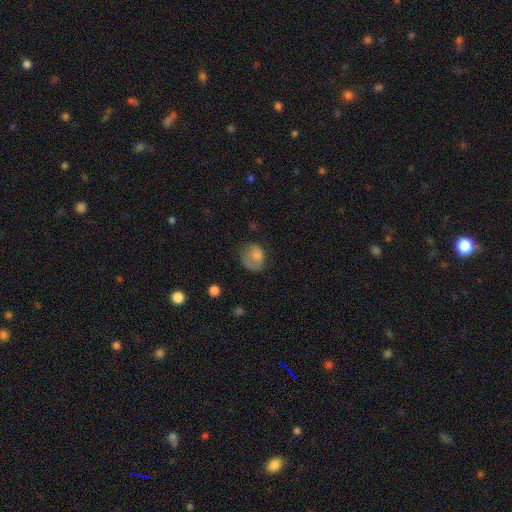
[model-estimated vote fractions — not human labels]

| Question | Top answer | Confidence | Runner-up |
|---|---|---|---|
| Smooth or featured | smooth | 72% | featured or disk (19%) |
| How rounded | round | 55% | in between (44%) |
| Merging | none | 41% | minor disturbance (29%) |